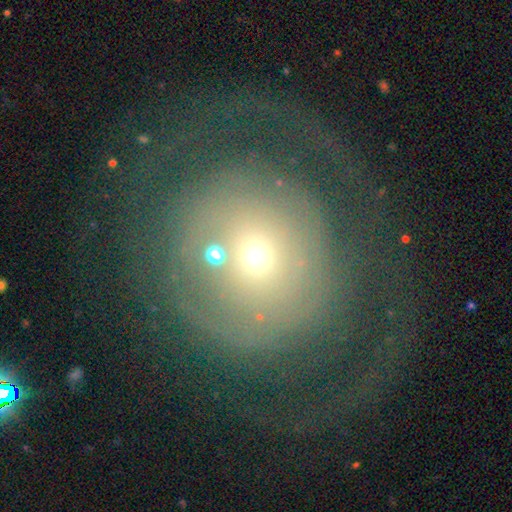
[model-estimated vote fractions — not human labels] Smooth or featured?
  - featured or disk: 62% *
  - smooth: 29%
  - star or artifact: 9%
Edge-on disk?
  - no: 96% *
  - yes: 4%
Bar?
  - no: 84% *
  - weak: 11%
  - strong: 5%
Spiral arms?
  - yes: 54% *
  - no: 46%
Bulge size?
  - small: 66% *
  - moderate: 26%
  - large: 5%
  - dominant: 3%
  - none: 1%
Merging?
  - none: 49% *
  - major disturbance: 33%
  - minor disturbance: 13%
  - merger: 4%